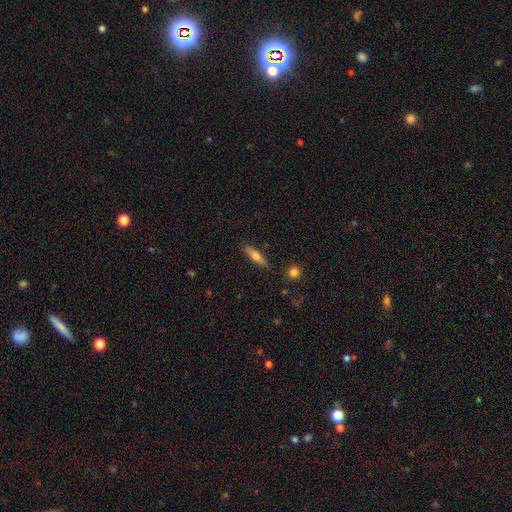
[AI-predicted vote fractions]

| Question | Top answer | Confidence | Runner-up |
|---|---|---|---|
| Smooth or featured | smooth | 65% | featured or disk (28%) |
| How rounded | cigar-shaped | 68% | in between (30%) |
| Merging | none | 84% | minor disturbance (11%) |